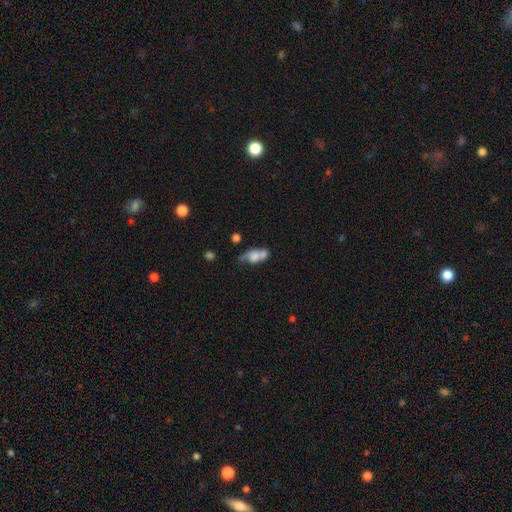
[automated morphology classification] Smooth or featured?
  - smooth: 55% *
  - featured or disk: 35%
  - star or artifact: 10%
How rounded?
  - in between: 72% *
  - round: 19%
  - cigar-shaped: 10%
Merging?
  - merger: 46% *
  - none: 23%
  - major disturbance: 16%
  - minor disturbance: 15%